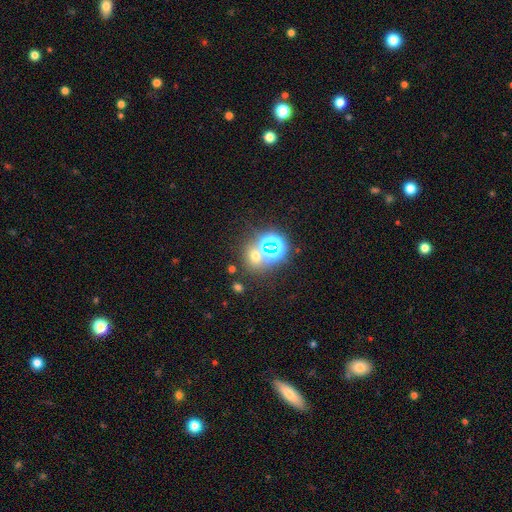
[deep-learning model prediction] The model was most divided on "smooth or featured": star or artifact: 47%, smooth: 43%, featured or disk: 10%.